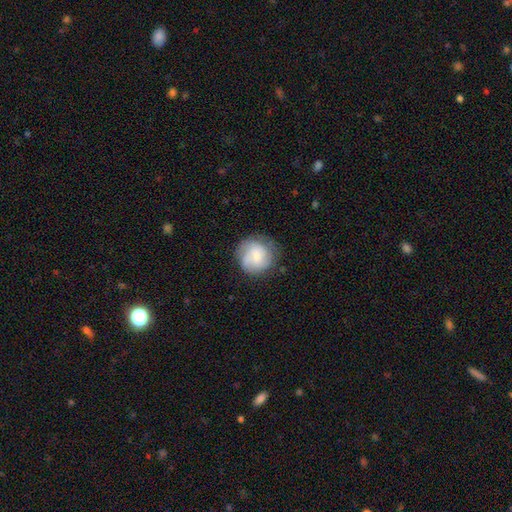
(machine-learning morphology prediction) smooth 49%, featured or disk 44%, star or artifact 7%. Down the decision tree: merging — none (73%).